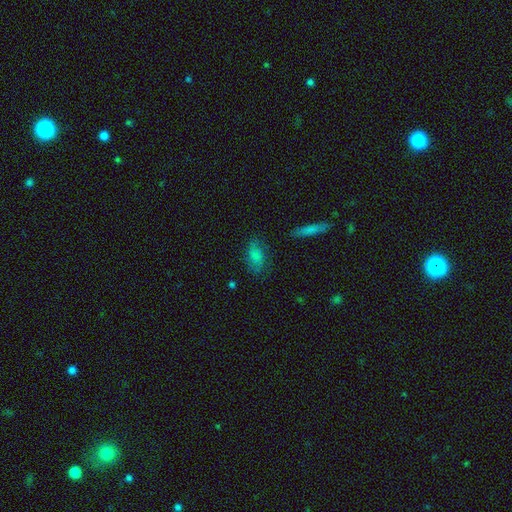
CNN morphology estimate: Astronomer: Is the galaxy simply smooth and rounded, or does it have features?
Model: smooth — 74%.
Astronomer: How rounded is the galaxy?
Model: in between — 87%.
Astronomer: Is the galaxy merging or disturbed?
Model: none — 69%.